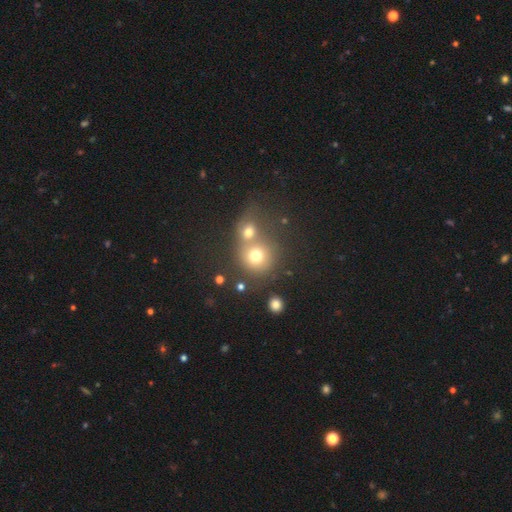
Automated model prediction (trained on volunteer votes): Q: Smooth or featured?
A: smooth (72%); runner-up: star or artifact (15%)
Q: How rounded?
A: round (85%); runner-up: in between (14%)
Q: Merging?
A: merger (49%); runner-up: none (39%)